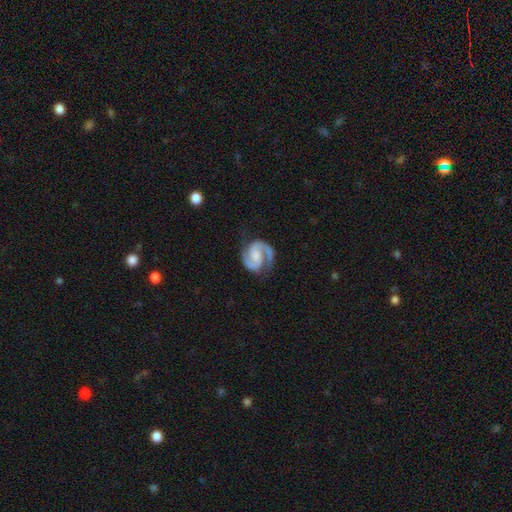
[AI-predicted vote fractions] smooth-or-featured: featured or disk: 92% | smooth: 4% | star or artifact: 4%
  disk-edge-on: no: 98% | yes: 2%
    bar: no: 45% | weak: 38% | strong: 17%
    has-spiral-arms: yes: 98% | no: 2%
      spiral-winding: medium: 57% | tight: 32% | loose: 11%
      spiral-arm-count: 2: 94% | 1: 2% | can't tell: 1% | 3: 1% | 4: 1% | more than 4: 1%
    bulge-size: none: 41% | moderate: 26% | small: 22% | large: 9% | dominant: 2%
  merging: none: 78% | minor disturbance: 15% | major disturbance: 6% | merger: 2%